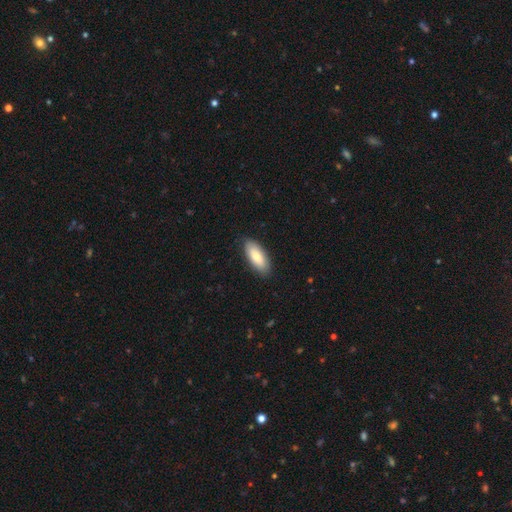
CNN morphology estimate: Smooth or featured? Predicted: smooth (p=0.79). How rounded? Predicted: in between (p=0.83). Merging? Predicted: none (p=0.85).